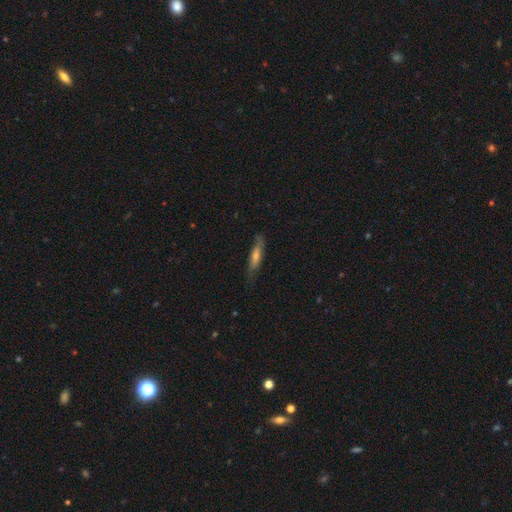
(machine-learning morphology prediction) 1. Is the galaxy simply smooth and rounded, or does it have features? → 49% featured or disk, 40% smooth, 11% star or artifact.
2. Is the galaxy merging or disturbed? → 80% none, 15% minor disturbance, 4% major disturbance, 1% merger.